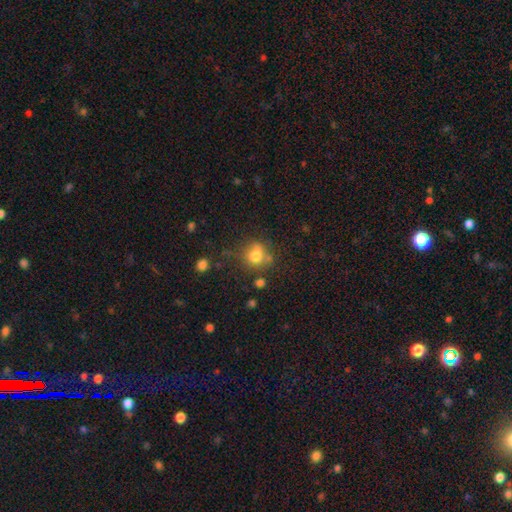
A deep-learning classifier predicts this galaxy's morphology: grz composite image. It shows a smooth galaxy with no disk features (75%) that is round (84%). Merging: none (59%).